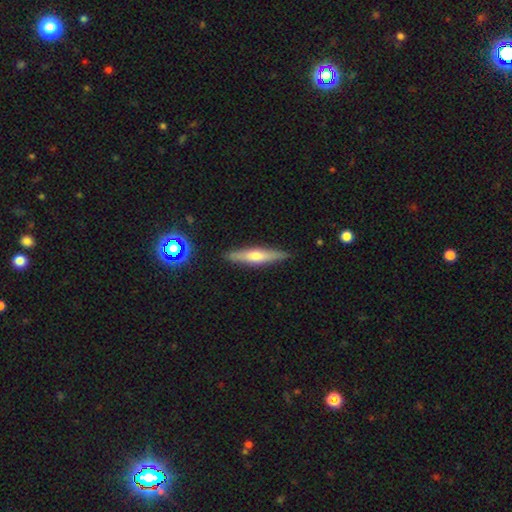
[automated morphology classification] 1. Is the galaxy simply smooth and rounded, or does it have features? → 53% featured or disk, 40% smooth, 7% star or artifact.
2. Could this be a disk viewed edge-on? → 94% yes, 6% no.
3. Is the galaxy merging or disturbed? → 89% none, 8% minor disturbance, 2% major disturbance, 1% merger.